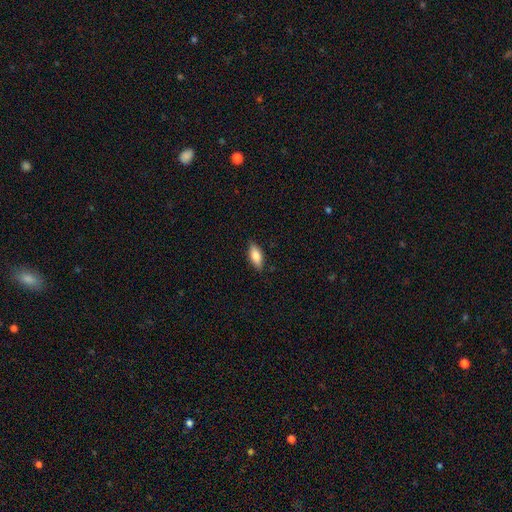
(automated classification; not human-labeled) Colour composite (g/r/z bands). It shows a smooth galaxy with no disk features (78%) that is in between round and cigar-shaped (78%). Merging: none (85%).